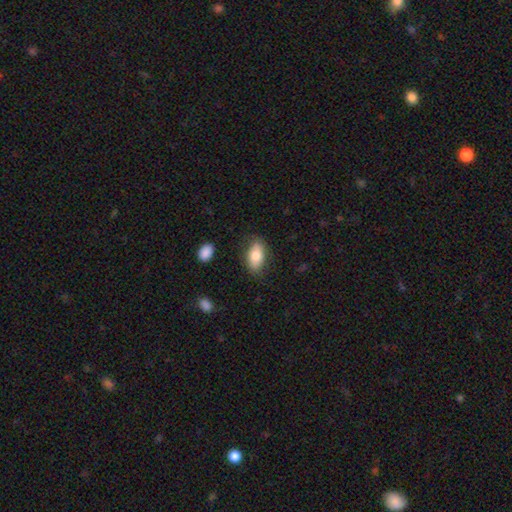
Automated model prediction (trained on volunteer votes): smooth-or-featured: smooth: 78% | featured or disk: 15% | star or artifact: 7%
  how-rounded: in between: 91% | round: 5% | cigar-shaped: 4%
  merging: none: 79% | minor disturbance: 15% | major disturbance: 4% | merger: 2%